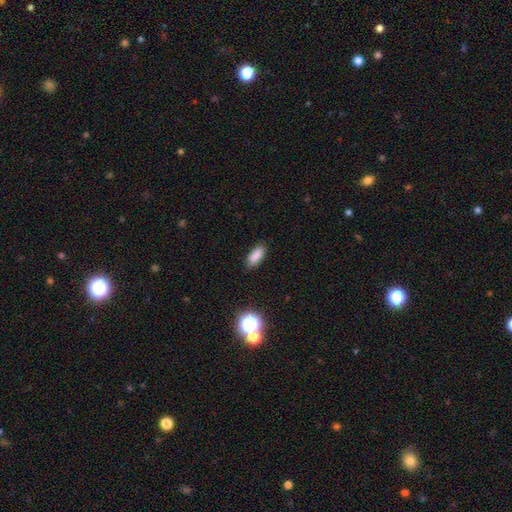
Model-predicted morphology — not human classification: type=smooth (85%); roundness=in between (77%); merging=none (86%).